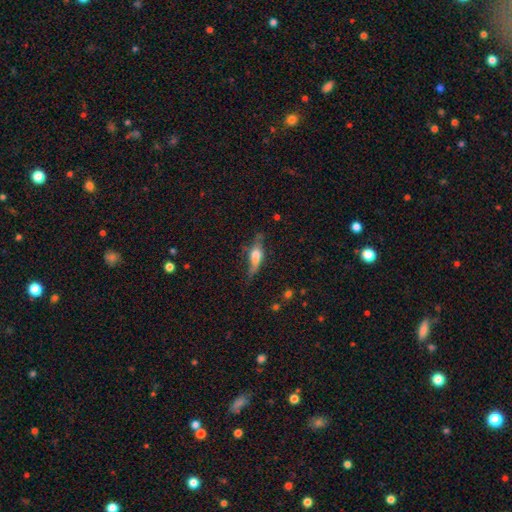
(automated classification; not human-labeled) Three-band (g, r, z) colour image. It shows a smooth galaxy with no disk features (47%). Merging: none (50%).